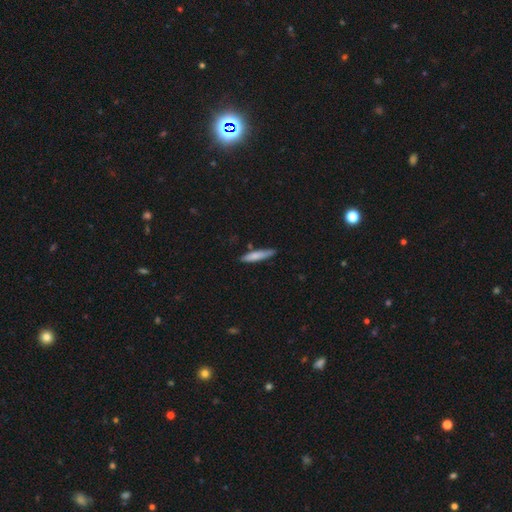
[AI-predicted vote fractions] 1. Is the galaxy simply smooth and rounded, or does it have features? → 77% smooth, 17% featured or disk, 6% star or artifact.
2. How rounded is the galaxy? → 87% cigar-shaped, 11% in between, 1% round.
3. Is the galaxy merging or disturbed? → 76% none, 18% minor disturbance, 4% merger, 3% major disturbance.